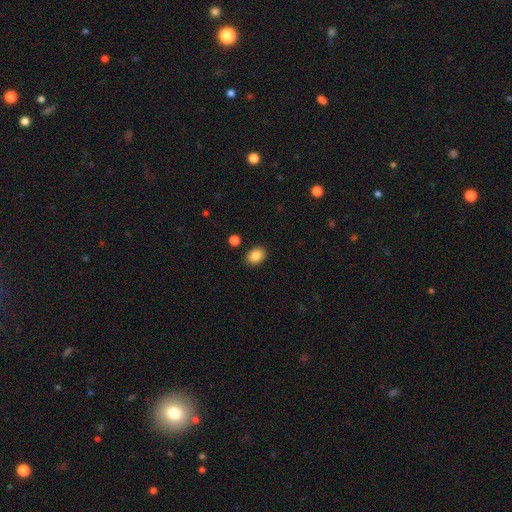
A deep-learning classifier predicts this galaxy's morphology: smooth_or_featured: smooth (p=0.87) [alt: star or artifact p=0.08]
how_rounded: in between (p=0.73) [alt: round p=0.26]
merging: none (p=0.88) [alt: minor disturbance p=0.08]